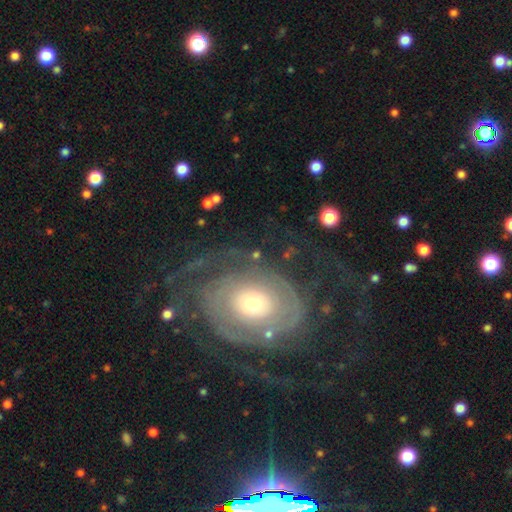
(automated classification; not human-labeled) Smooth or featured?
  - featured or disk: 81% *
  - smooth: 12%
  - star or artifact: 7%
Edge-on disk?
  - no: 96% *
  - yes: 4%
Bar?
  - no: 83% *
  - weak: 12%
  - strong: 5%
Spiral arms?
  - yes: 87% *
  - no: 13%
Spiral winding?
  - tight: 63% *
  - medium: 23%
  - loose: 14%
Spiral arm count?
  - can't tell: 33% *
  - 2: 32%
  - 3: 12%
  - 1: 9%
  - 4: 8%
  - more than 4: 7%
Bulge size?
  - small: 45% *
  - moderate: 43%
  - large: 8%
  - dominant: 2%
  - none: 1%
Merging?
  - none: 60% *
  - major disturbance: 22%
  - minor disturbance: 15%
  - merger: 3%